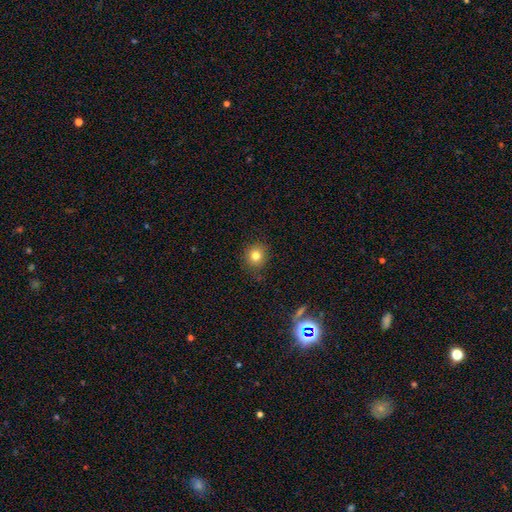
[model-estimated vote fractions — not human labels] Smooth or featured?
  - smooth: 80% *
  - star or artifact: 12%
  - featured or disk: 8%
How rounded?
  - round: 86% *
  - in between: 13%
  - cigar-shaped: 1%
Merging?
  - none: 85% *
  - minor disturbance: 11%
  - major disturbance: 3%
  - merger: 1%